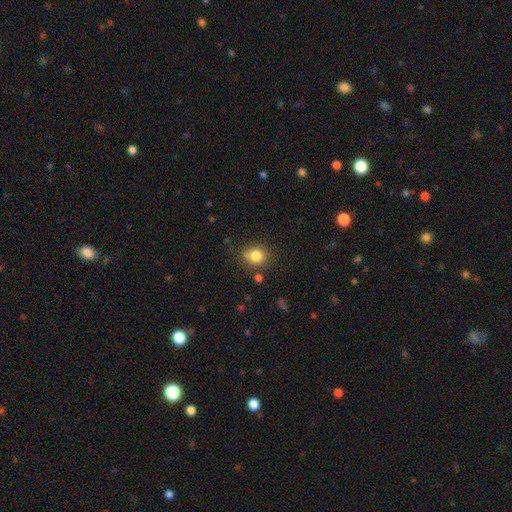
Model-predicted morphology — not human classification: Smooth or featured: smooth — 81% (star or artifact — 11%)
How rounded: round — 78% (in between — 21%)
Merging: none — 69% (minor disturbance — 18%)